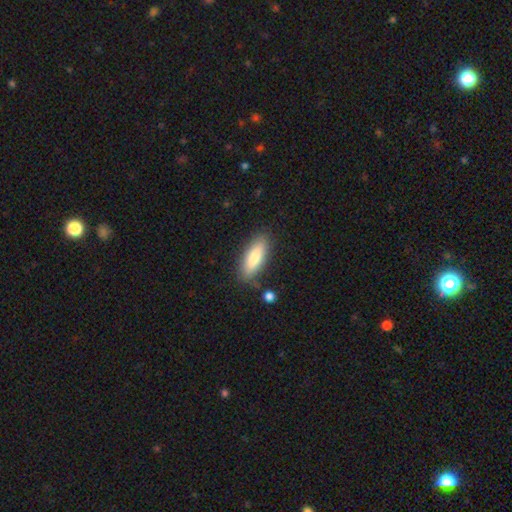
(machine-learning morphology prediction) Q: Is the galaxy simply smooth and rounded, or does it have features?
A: smooth — 79%.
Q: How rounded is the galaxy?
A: in between — 60%.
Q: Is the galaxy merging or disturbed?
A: none — 82%.